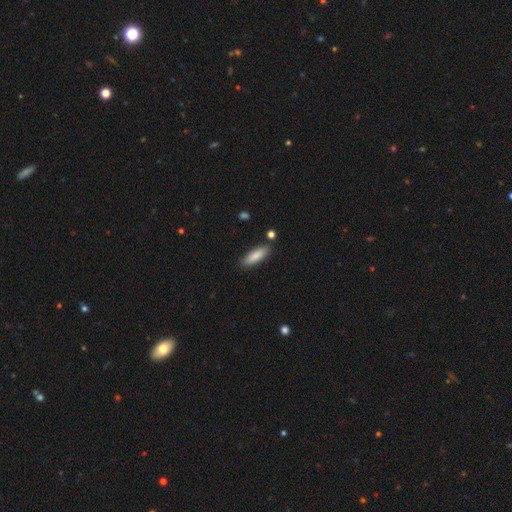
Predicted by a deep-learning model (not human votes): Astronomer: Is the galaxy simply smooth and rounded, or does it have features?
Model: smooth — 83%.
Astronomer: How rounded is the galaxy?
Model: cigar-shaped — 49%, tied with in between at 49%.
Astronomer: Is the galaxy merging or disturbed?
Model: none — 85%.